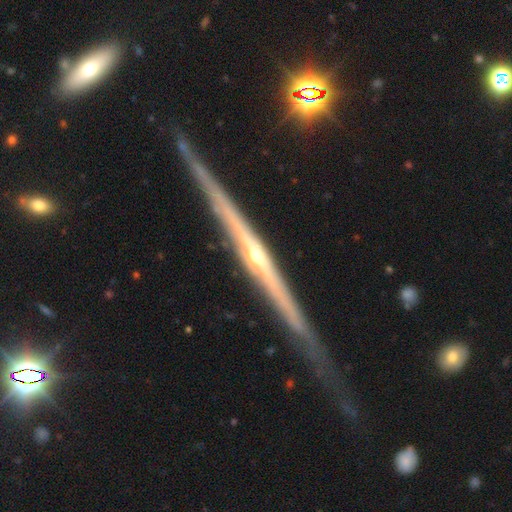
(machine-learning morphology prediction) Smooth or featured?
  - featured or disk: 87% *
  - smooth: 7%
  - star or artifact: 6%
Edge-on disk?
  - yes: 97% *
  - no: 3%
Edge-on bulge?
  - rounded: 68% *
  - none: 26%
  - boxy: 6%
Merging?
  - none: 80% *
  - minor disturbance: 15%
  - major disturbance: 3%
  - merger: 2%